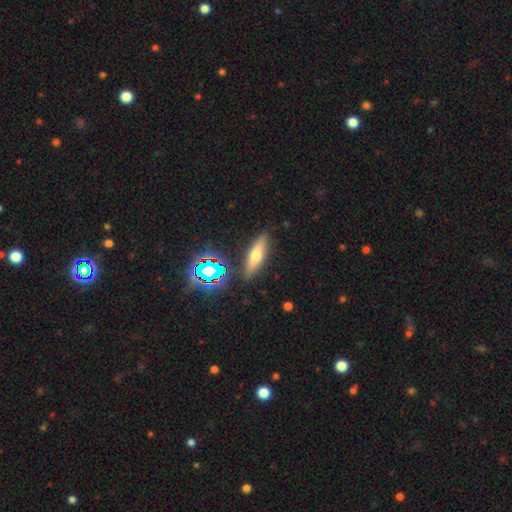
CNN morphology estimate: A smooth galaxy with no disk features (44%). Merging: none (86%).